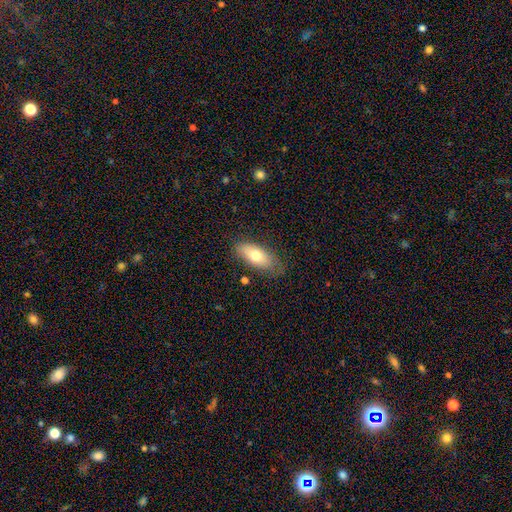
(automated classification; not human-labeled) Smooth or featured: smooth — 72% (featured or disk — 21%)
How rounded: in between — 84% (cigar-shaped — 12%)
Merging: none — 78% (minor disturbance — 17%)